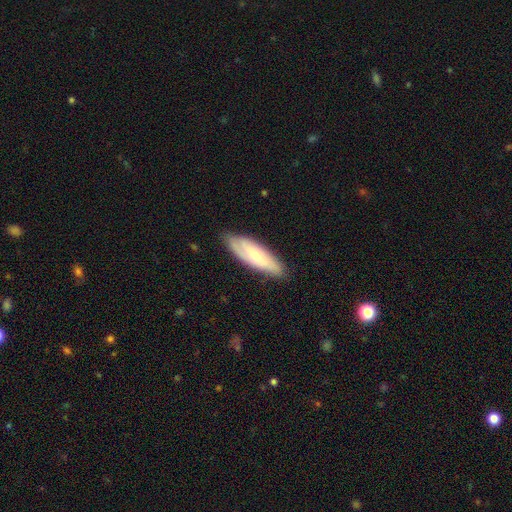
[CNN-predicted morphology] The model was most divided on "smooth or featured": featured or disk: 48%, smooth: 46%, star or artifact: 6%. More confident: merging — none (80%).